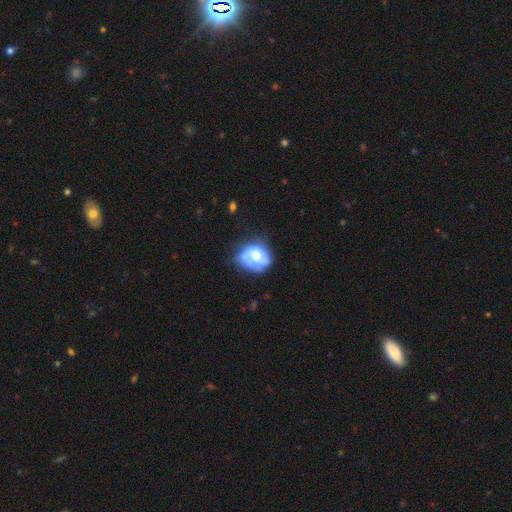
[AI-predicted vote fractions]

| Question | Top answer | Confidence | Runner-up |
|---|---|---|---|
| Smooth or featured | featured or disk | 52% | smooth (40%) |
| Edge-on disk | no | 97% | yes (3%) |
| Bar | no | 76% | weak (20%) |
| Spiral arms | yes | 64% | no (36%) |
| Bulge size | moderate | 58% | large (22%) |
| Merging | none | 44% | minor disturbance (31%) |